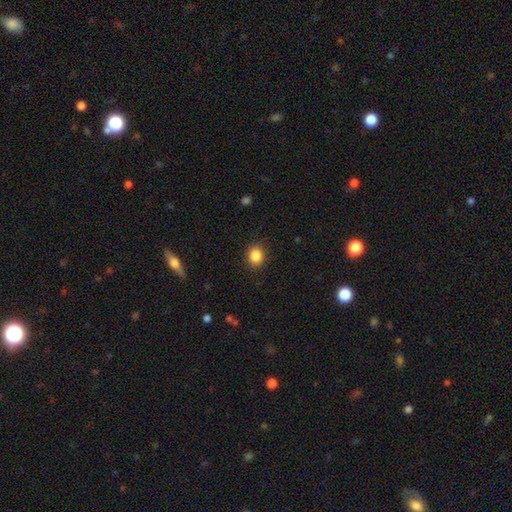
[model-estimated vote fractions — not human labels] Overall: smooth (86%). How rounded: round (69%; in between 30%). Merging: none (89%).